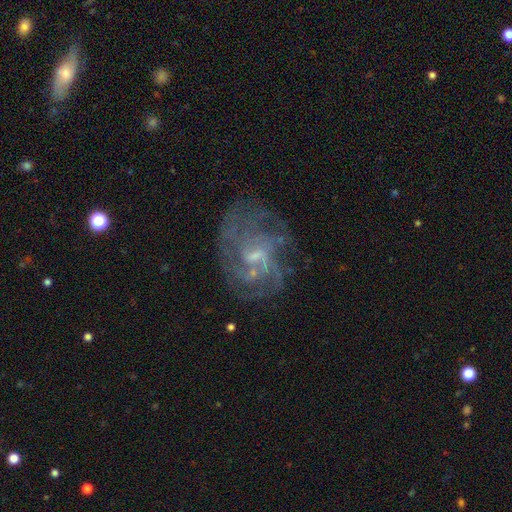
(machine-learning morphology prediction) A featured or disk galaxy (78%) with a weak bar (52%), tight (41%) spiral arms (81%) and a small central bulge (55%).

Vote fractions:
- Smooth or featured? featured or disk: 78% / star or artifact: 12% / smooth: 11%
- Edge-on disk? no: 97% / yes: 3%
- Bar? weak: 52% / no: 38% / strong: 10%
- Spiral arms? yes: 81% / no: 19%
- Spiral winding? tight: 41% / medium: 40% / loose: 19%
- Spiral arm count? can't tell: 46% / 3: 15% / 4: 14% / 2: 12% / more than 4: 7% / 1: 6%
- Bulge size? small: 55% / moderate: 26% / none: 17% / large: 2% / dominant: 1%
- Merging? none: 61% / major disturbance: 18% / minor disturbance: 17% / merger: 4%